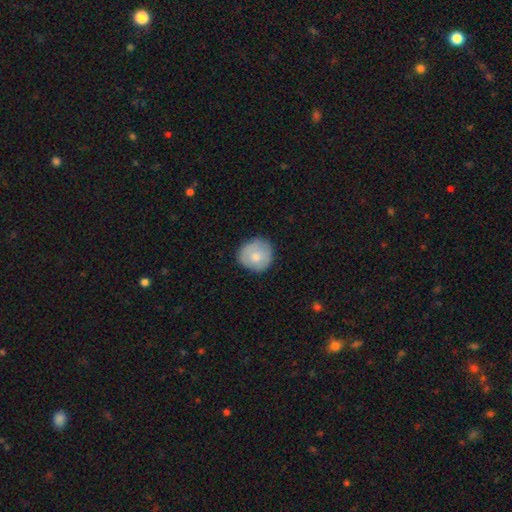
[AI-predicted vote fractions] This is likely a smooth galaxy (74%). How rounded: clearly round (90%). Merging: likely none (80%).